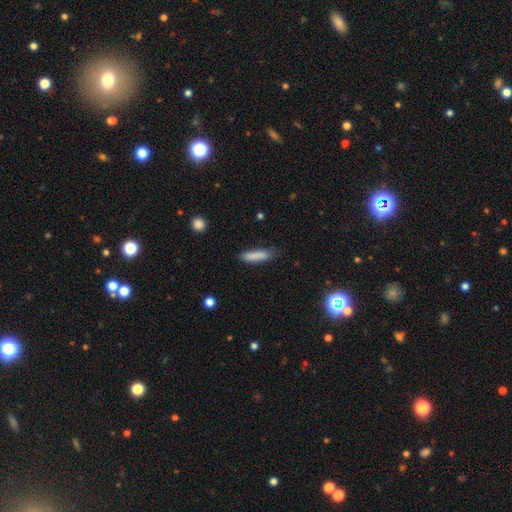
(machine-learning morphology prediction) smooth-or-featured: smooth: 85% | featured or disk: 8% | star or artifact: 7%
  how-rounded: cigar-shaped: 77% | in between: 21% | round: 1%
  merging: none: 78% | minor disturbance: 17% | major disturbance: 3% | merger: 2%